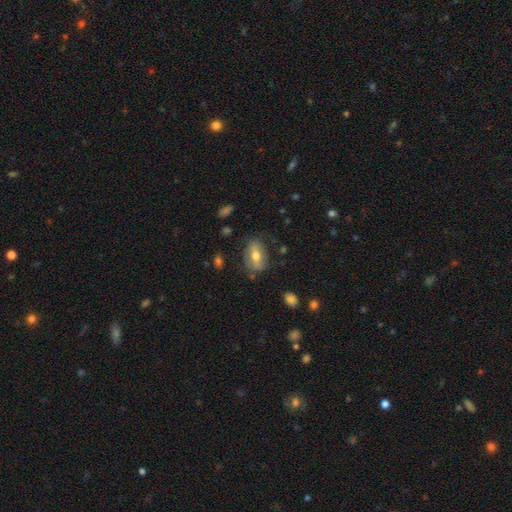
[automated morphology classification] smooth 51%, featured or disk 41%, star or artifact 8%. Down the decision tree: how rounded — in between (81%); merging — none (73%).